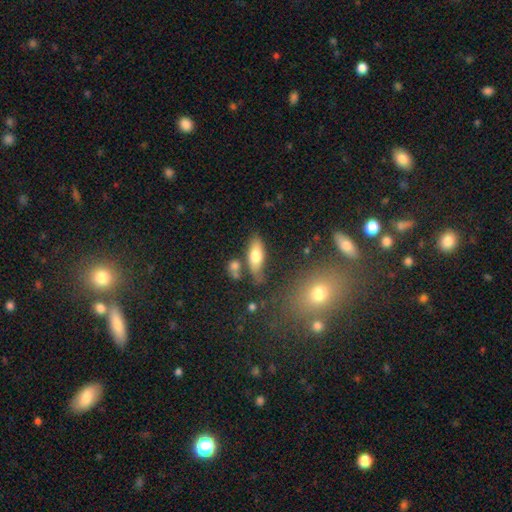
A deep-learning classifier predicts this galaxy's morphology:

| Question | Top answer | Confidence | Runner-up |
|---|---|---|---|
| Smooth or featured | smooth | 70% | featured or disk (23%) |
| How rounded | in between | 73% | cigar-shaped (24%) |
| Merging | none | 65% | minor disturbance (17%) |